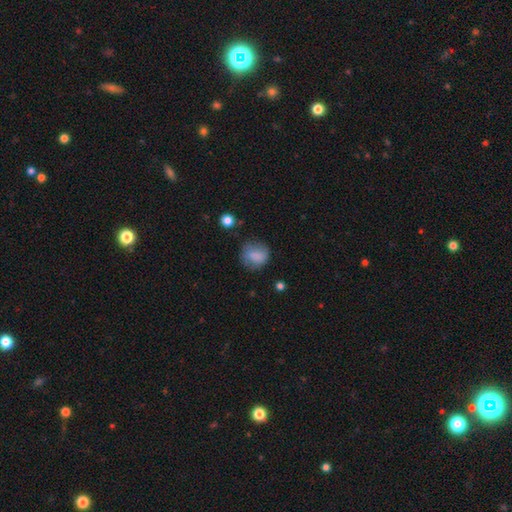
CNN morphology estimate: A smooth galaxy with no disk features (78%) that is round (73%).

Vote fractions:
- Smooth or featured? smooth: 78% / featured or disk: 13% / star or artifact: 9%
- How rounded? round: 73% / in between: 26% / cigar-shaped: 1%
- Merging? none: 64% / minor disturbance: 24% / major disturbance: 10% / merger: 2%